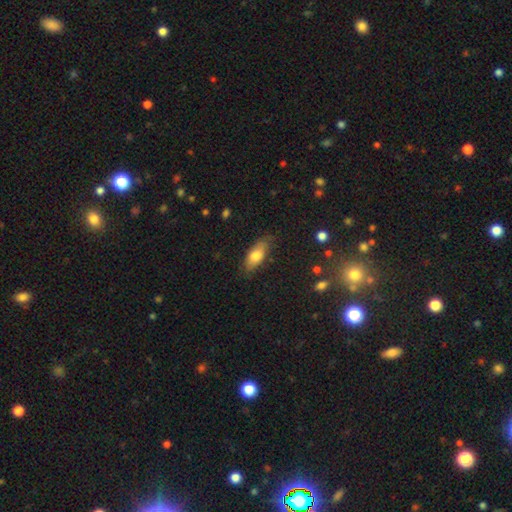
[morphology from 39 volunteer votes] Smooth or featured? smooth (85%)
How rounded? in between (97%)
Merging? none (64%)